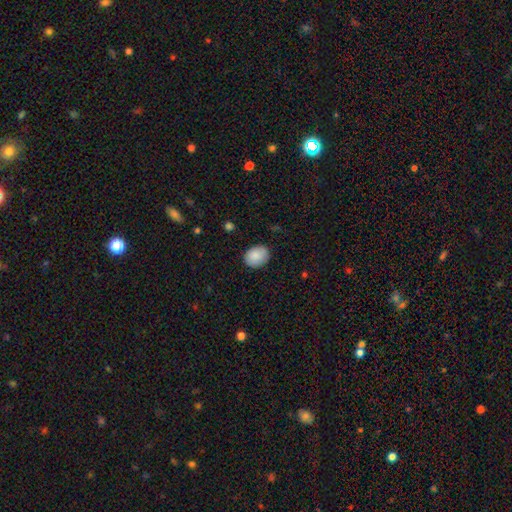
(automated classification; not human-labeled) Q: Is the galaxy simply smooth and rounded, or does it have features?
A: smooth — 88%.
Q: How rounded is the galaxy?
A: in between — 54%.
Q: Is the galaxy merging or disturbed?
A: none — 84%.